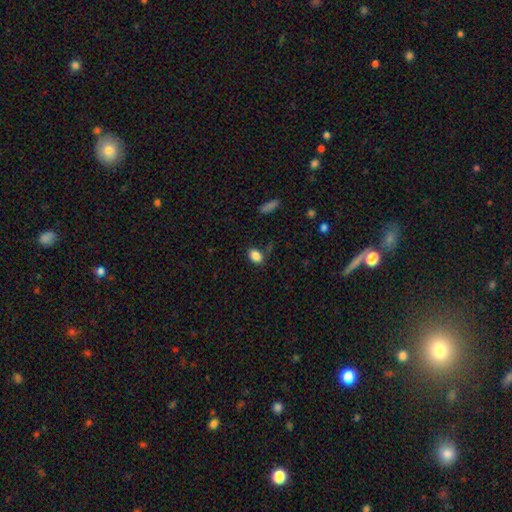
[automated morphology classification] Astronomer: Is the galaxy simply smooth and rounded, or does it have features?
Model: smooth — 86%.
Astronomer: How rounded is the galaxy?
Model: in between — 85%.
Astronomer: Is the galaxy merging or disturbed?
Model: none — 78%.